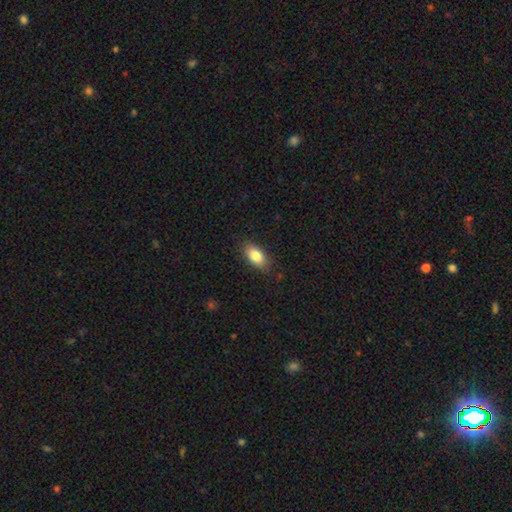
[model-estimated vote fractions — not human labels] Q: Smooth or featured?
A: smooth (84%); runner-up: featured or disk (9%)
Q: How rounded?
A: in between (91%); runner-up: round (4%)
Q: Merging?
A: none (86%); runner-up: minor disturbance (11%)